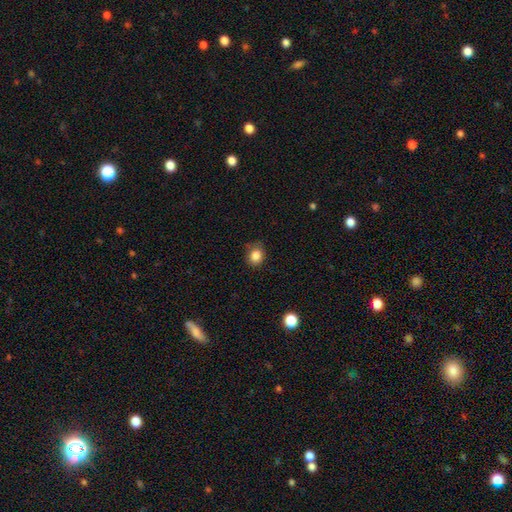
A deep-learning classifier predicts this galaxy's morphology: smooth_or_featured: smooth (p=0.85) [alt: star or artifact p=0.11]
how_rounded: round (p=0.64) [alt: in between p=0.35]
merging: none (p=0.76) [alt: minor disturbance p=0.18]